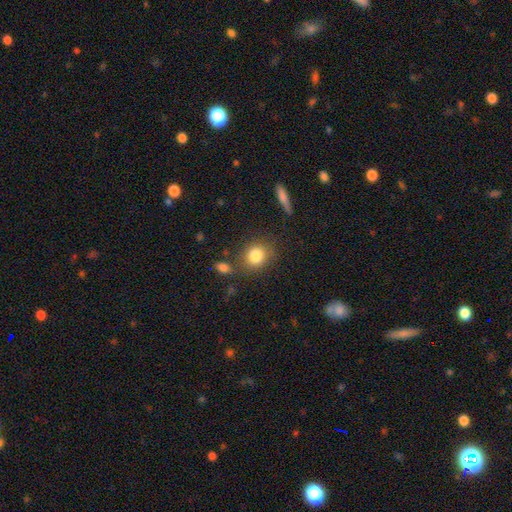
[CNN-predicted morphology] smooth 83%, star or artifact 10%, featured or disk 7%. Down the decision tree: how rounded — round (73%); merging — none (77%).